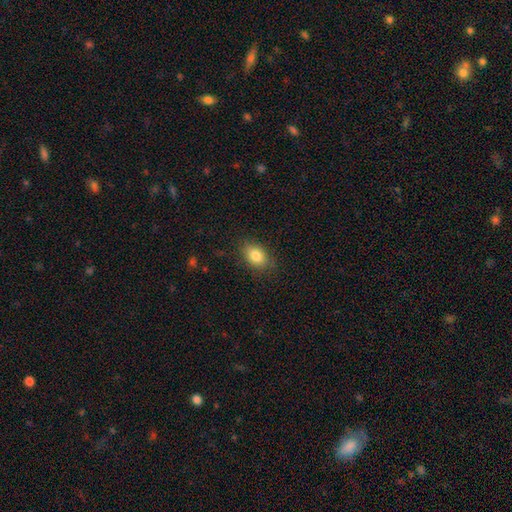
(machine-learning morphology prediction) Smooth or featured?
  - smooth: 84% *
  - star or artifact: 9%
  - featured or disk: 8%
How rounded?
  - in between: 79% *
  - round: 20%
  - cigar-shaped: 1%
Merging?
  - none: 83% *
  - minor disturbance: 13%
  - major disturbance: 3%
  - merger: 1%